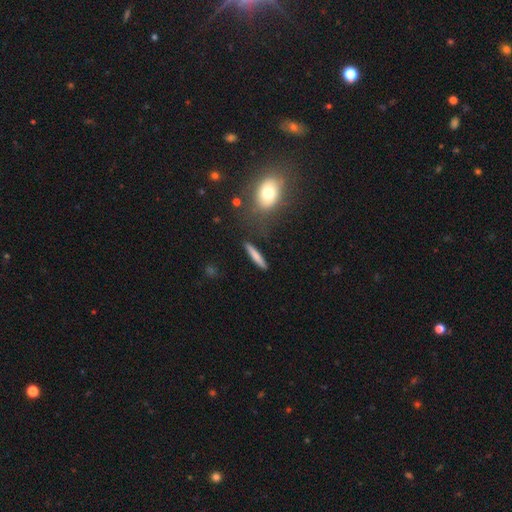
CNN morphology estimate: The model was most divided on "smooth or featured": smooth: 71%, featured or disk: 23%, star or artifact: 7%. More confident: how rounded — cigar-shaped (90%); merging — none (85%).